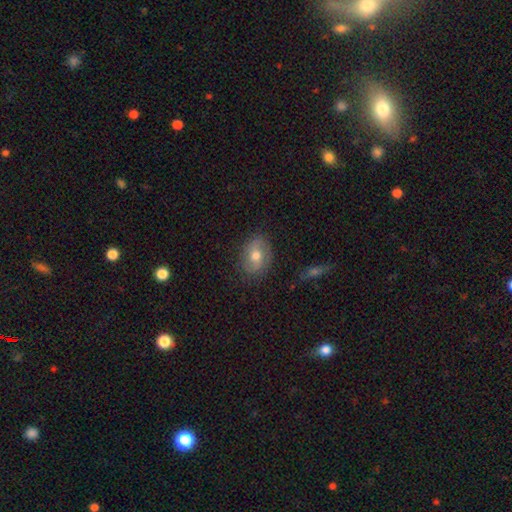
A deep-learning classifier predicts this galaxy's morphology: Overall: smooth (47%; featured or disk 44%). Merging: none (78%).